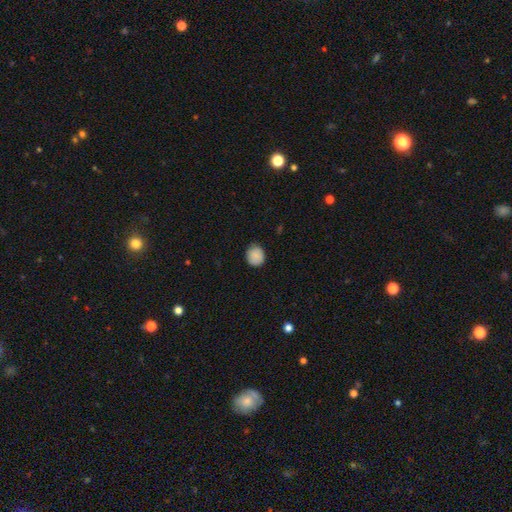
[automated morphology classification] A smooth galaxy with no disk features (88%) that is round (78%).

Vote fractions:
- Smooth or featured? smooth: 88% / star or artifact: 8% / featured or disk: 4%
- How rounded? round: 78% / in between: 21% / cigar-shaped: 1%
- Merging? none: 82% / minor disturbance: 14% / major disturbance: 2% / merger: 1%